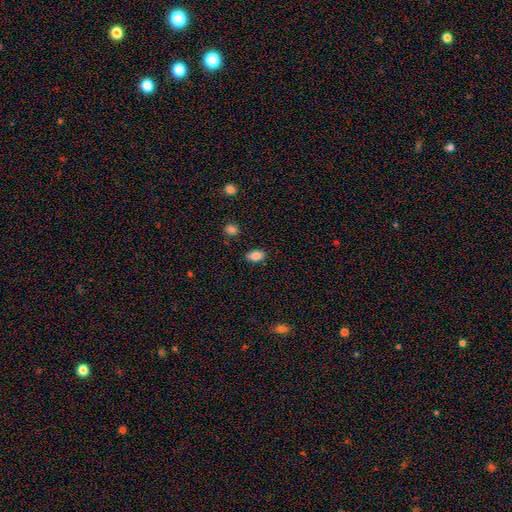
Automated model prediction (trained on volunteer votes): A smooth galaxy with no disk features (85%) that is in between round and cigar-shaped (89%).

Vote fractions:
- Smooth or featured? smooth: 85% / star or artifact: 9% / featured or disk: 5%
- How rounded? in between: 89% / round: 8% / cigar-shaped: 3%
- Merging? none: 85% / minor disturbance: 11% / major disturbance: 2% / merger: 2%